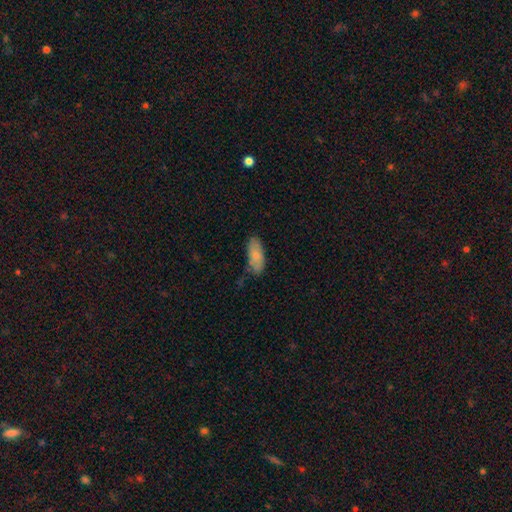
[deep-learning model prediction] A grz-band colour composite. It shows a smooth galaxy with no disk features (77%) that is in between round and cigar-shaped (84%). Merging: none (70%).